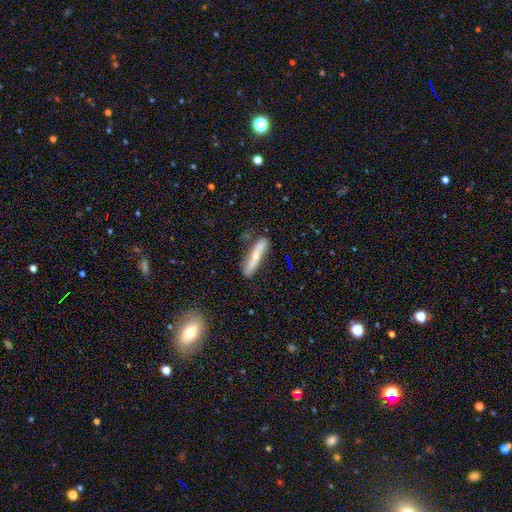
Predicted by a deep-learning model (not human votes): This is possibly a smooth galaxy (50%). Merging: likely none (73%).